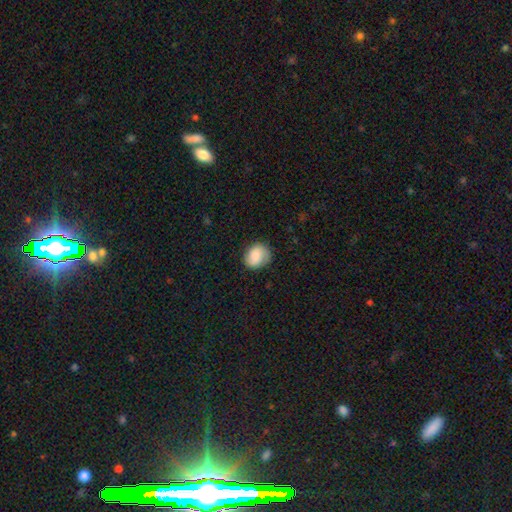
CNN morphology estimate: type=smooth (80%); roundness=round (56%); merging=none (73%).